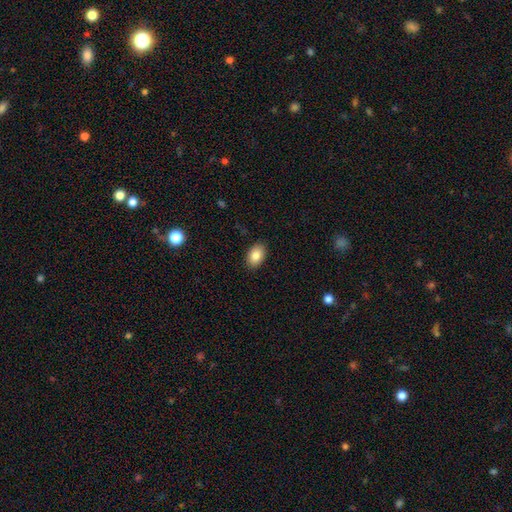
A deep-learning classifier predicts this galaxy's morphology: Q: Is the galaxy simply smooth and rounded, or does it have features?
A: smooth — 85%.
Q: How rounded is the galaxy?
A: in between — 89%.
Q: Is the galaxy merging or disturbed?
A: none — 88%.